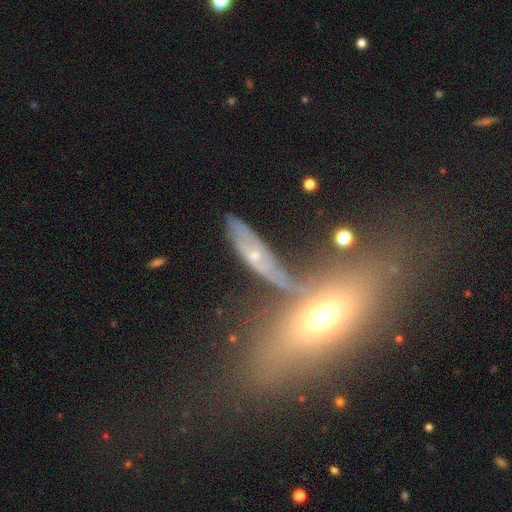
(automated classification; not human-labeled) Smooth or featured?
  - featured or disk: 61% *
  - smooth: 28%
  - star or artifact: 11%
Edge-on disk?
  - no: 64% *
  - yes: 36%
Merging?
  - none: 51% *
  - minor disturbance: 19%
  - merger: 17%
  - major disturbance: 13%